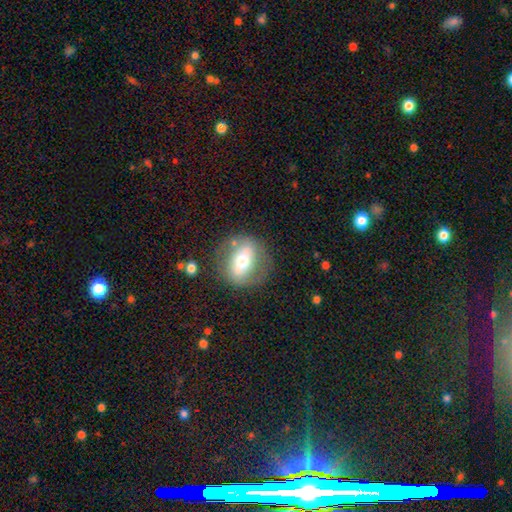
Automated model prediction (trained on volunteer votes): The model was most divided on "smooth or featured": featured or disk: 50%, smooth: 42%, star or artifact: 8%. More confident: edge-on disk — no (86%); merging — none (77%).